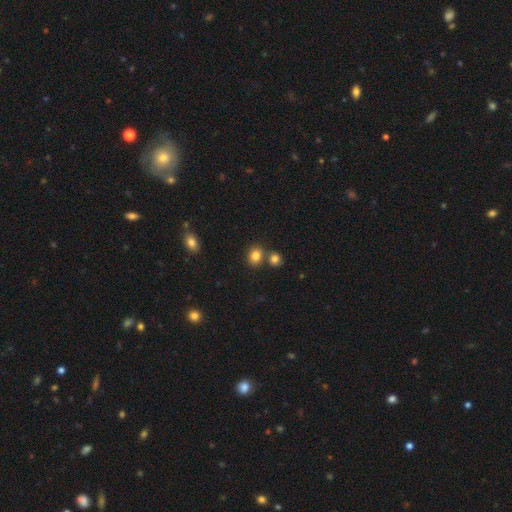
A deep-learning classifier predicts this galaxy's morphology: A smooth galaxy with no disk features (83%) that is round (59%).

Vote fractions:
- Smooth or featured? smooth: 83% / star or artifact: 11% / featured or disk: 6%
- How rounded? round: 59% / in between: 40% / cigar-shaped: 1%
- Merging? none: 64% / merger: 23% / minor disturbance: 10% / major disturbance: 3%